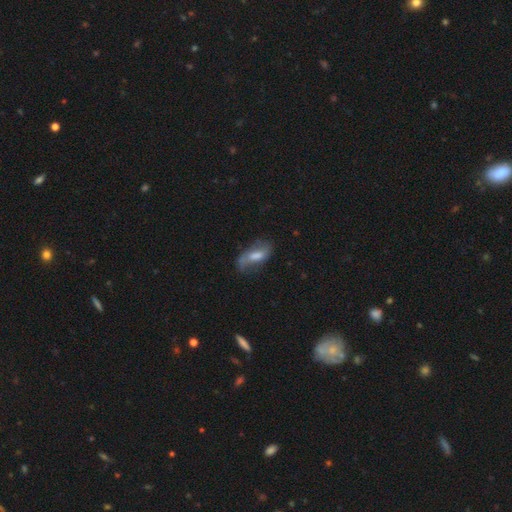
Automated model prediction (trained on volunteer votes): A featured or disk galaxy (50%).

Vote fractions:
- Smooth or featured? featured or disk: 50% / smooth: 42% / star or artifact: 8%
- Edge-on disk? no: 90% / yes: 10%
- Merging? none: 49% / minor disturbance: 28% / major disturbance: 20% / merger: 3%